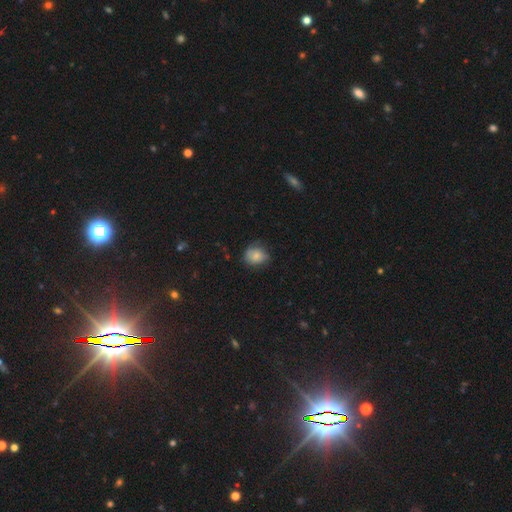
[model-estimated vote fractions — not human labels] Morphology: type=smooth (76%); roundness=round (59%); merging=none (58%).